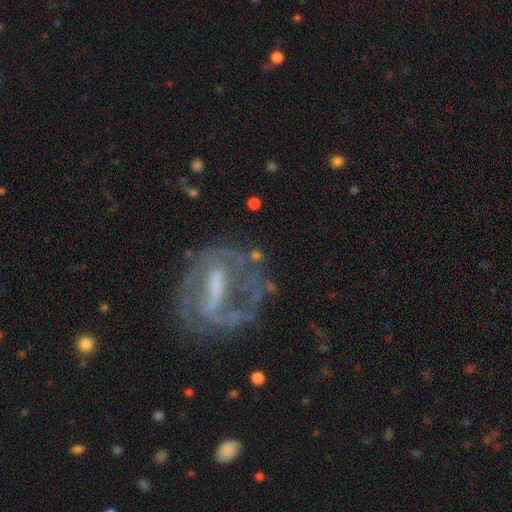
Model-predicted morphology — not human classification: type=featured or disk (76%); edge-on=no (92%); bar=strong (50%); spiral arms=yes (65%); bulge=none (34%); merging=none (56%).